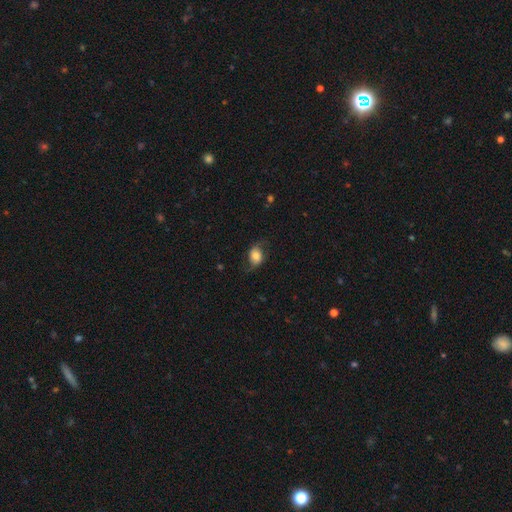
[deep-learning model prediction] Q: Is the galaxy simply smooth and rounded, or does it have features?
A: smooth — 47%.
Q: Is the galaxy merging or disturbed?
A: none — 67%.